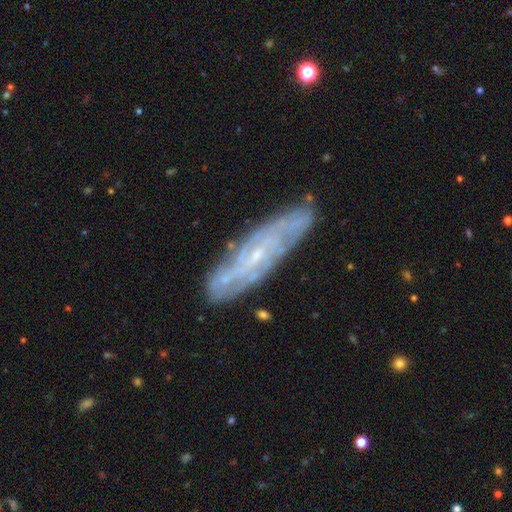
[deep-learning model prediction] Morphology: type=featured or disk (79%); edge-on=no (73%); bar=no (58%); spiral arms=yes (88%); winding=tight (59%); arm count=can't tell (50%); bulge=small (82%); merging=none (80%).